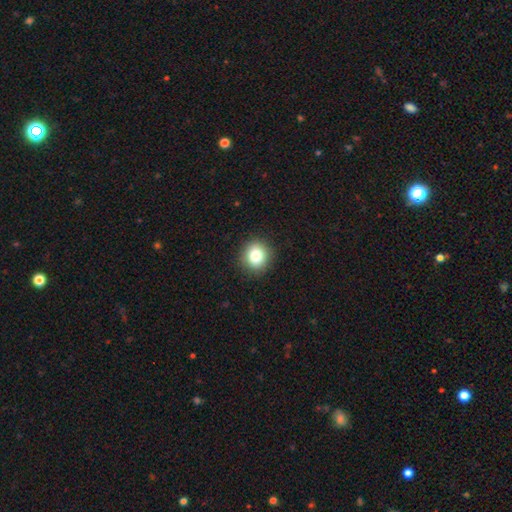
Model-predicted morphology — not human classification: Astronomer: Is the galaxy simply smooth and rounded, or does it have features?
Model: smooth — 82%.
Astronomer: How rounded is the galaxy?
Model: round — 85%.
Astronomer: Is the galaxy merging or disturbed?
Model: none — 90%.